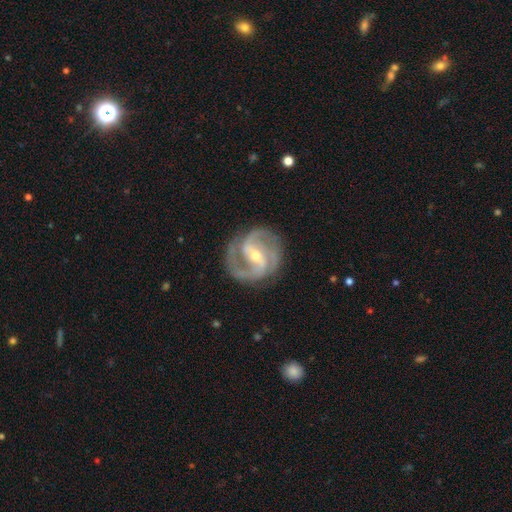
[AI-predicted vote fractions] This is clearly a featured or disk galaxy (92%). It is clearly not viewed edge-on (98%). Bar: marginally weak (42%). Spiral arm pattern: clearly yes (98%). Spiral arm count: possibly 2 (57%). Spiral winding: possibly medium (54%). Central bulge: possibly moderate (51%). Merging: likely none (79%).